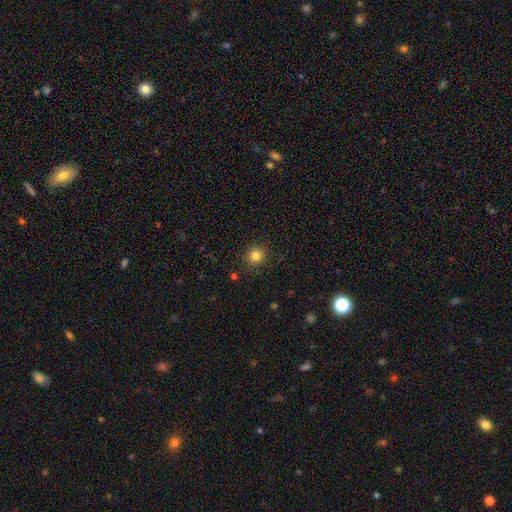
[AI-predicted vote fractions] Smooth or featured?
  - smooth: 82% *
  - star or artifact: 13%
  - featured or disk: 5%
How rounded?
  - round: 92% *
  - in between: 7%
  - cigar-shaped: 1%
Merging?
  - none: 90% *
  - minor disturbance: 6%
  - major disturbance: 2%
  - merger: 1%